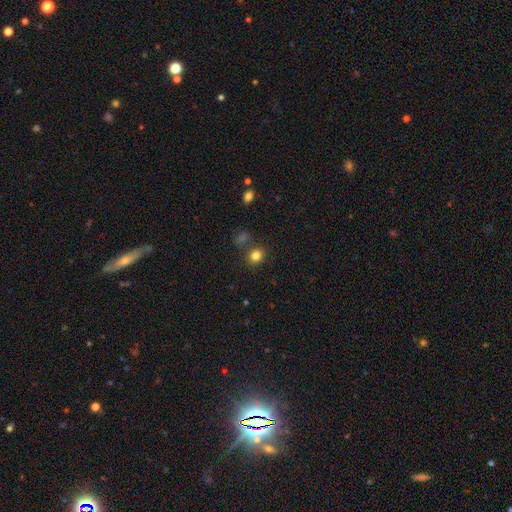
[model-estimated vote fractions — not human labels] The model was most divided on "how rounded": round: 74%, in between: 25%, cigar-shaped: 1%. More confident: smooth or featured — smooth (82%); merging — none (78%).